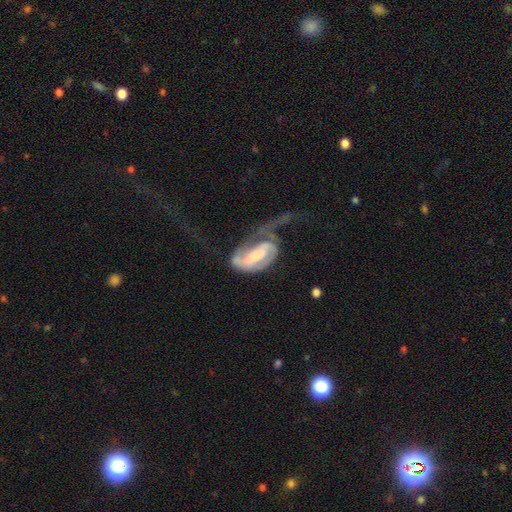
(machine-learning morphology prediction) A featured or disk galaxy (74%) with a weak bar (39%), 1 (46%) loose (40%) spiral arms (84%) and a small central bulge (44%). Merging: major disturbance (67%).